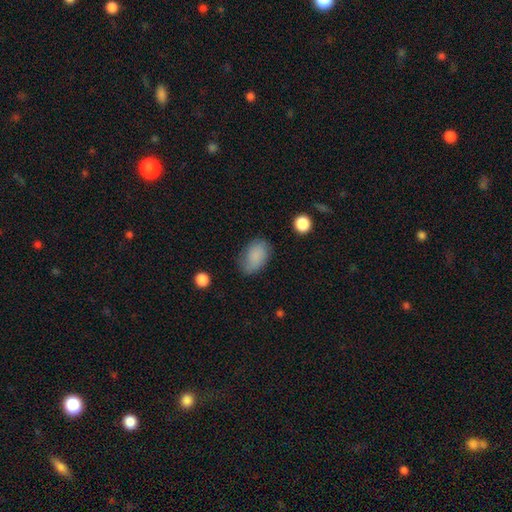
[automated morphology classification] A smooth galaxy with no disk features (84%) that is in between round and cigar-shaped (90%).

Vote fractions:
- Smooth or featured? smooth: 84% / star or artifact: 8% / featured or disk: 8%
- How rounded? in between: 90% / round: 9% / cigar-shaped: 2%
- Merging? none: 69% / minor disturbance: 23% / major disturbance: 6% / merger: 2%